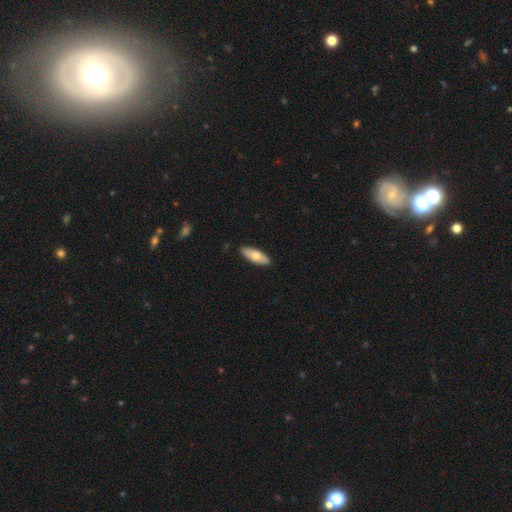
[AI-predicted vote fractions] smooth 69%, featured or disk 26%, star or artifact 5%. Down the decision tree: how rounded — in between (71%); merging — none (88%).